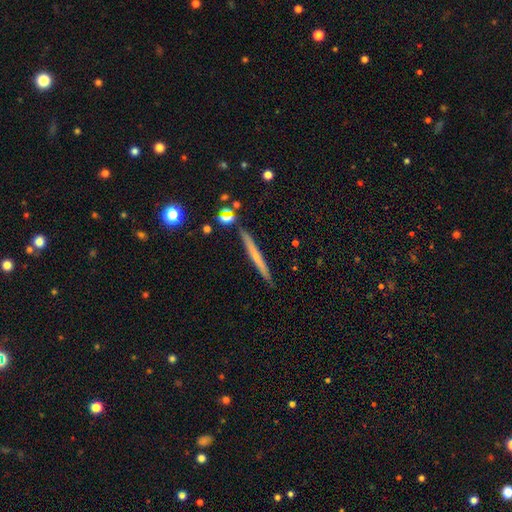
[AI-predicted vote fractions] Smooth or featured? Predicted: smooth (p=0.50). Merging? Predicted: none (p=0.90).